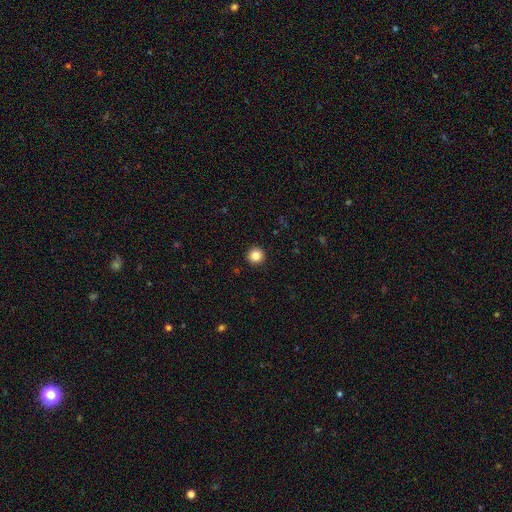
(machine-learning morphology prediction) type=smooth (85%); roundness=round (96%); merging=none (94%).